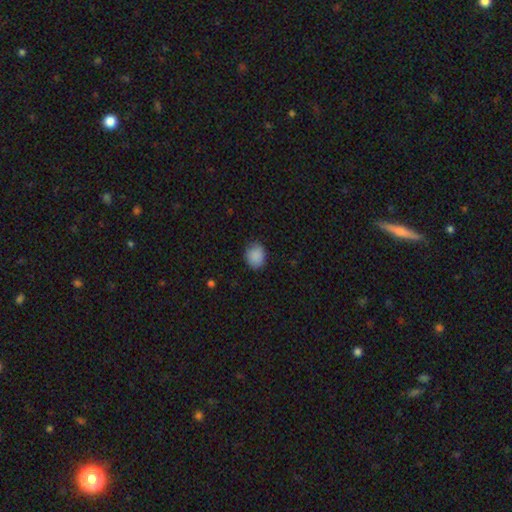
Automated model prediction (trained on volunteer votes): Morphology: type=smooth (88%); roundness=round (62%); merging=none (81%).